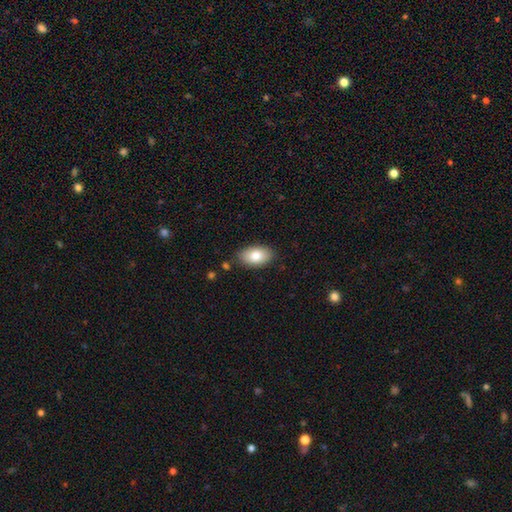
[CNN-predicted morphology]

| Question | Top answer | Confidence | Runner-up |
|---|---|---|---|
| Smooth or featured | smooth | 83% | featured or disk (11%) |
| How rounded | in between | 93% | round (6%) |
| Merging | none | 85% | minor disturbance (11%) |